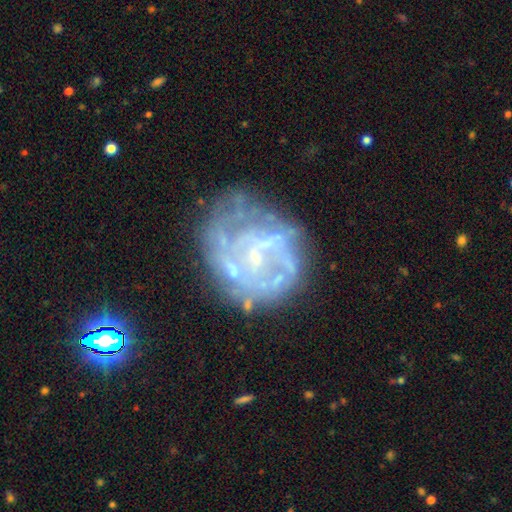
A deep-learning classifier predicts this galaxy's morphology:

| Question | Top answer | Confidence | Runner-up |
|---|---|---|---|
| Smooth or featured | featured or disk | 76% | smooth (15%) |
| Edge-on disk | no | 98% | yes (2%) |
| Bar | no | 62% | weak (31%) |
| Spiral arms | yes | 53% | no (47%) |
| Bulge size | small | 56% | none (28%) |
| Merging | none | 55% | minor disturbance (21%) |